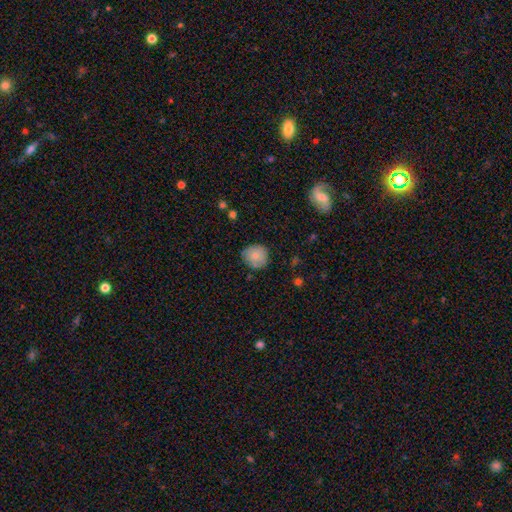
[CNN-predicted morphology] A smooth galaxy with no disk features (81%) that is round (86%).

Vote fractions:
- Smooth or featured? smooth: 81% / featured or disk: 12% / star or artifact: 8%
- How rounded? round: 86% / in between: 13% / cigar-shaped: 1%
- Merging? none: 77% / minor disturbance: 18% / major disturbance: 3% / merger: 2%